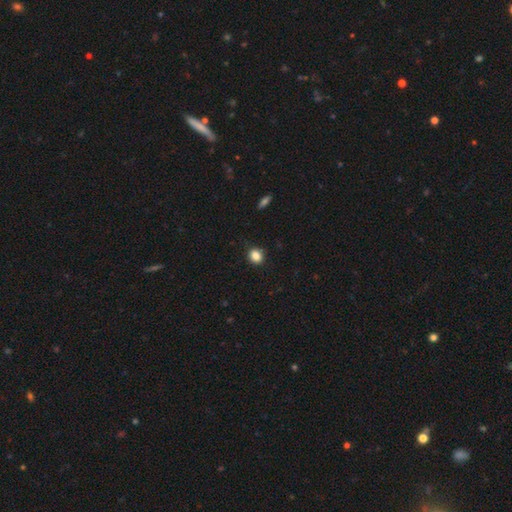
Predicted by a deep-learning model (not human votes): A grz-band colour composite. It shows a smooth galaxy with no disk features (86%) that is round (77%). Merging: none (89%).